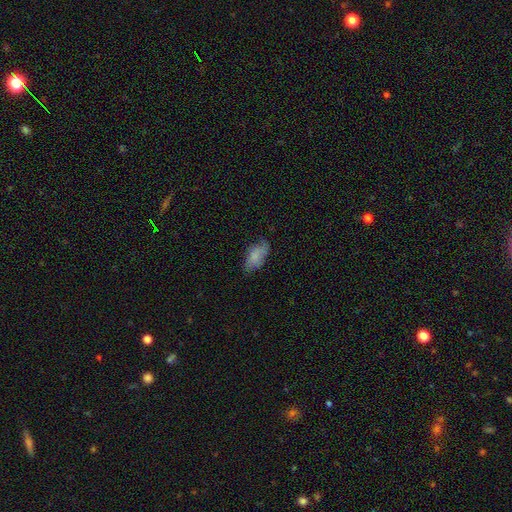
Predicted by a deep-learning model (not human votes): Smooth or featured? Predicted: smooth (p=0.77). How rounded? Predicted: in between (p=0.91). Merging? Predicted: none (p=0.59).